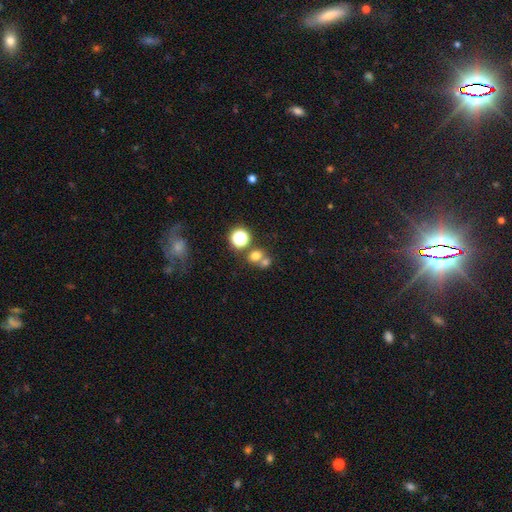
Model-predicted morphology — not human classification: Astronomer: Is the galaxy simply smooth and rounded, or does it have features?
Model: smooth — 68%.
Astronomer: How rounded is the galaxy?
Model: round — 68%.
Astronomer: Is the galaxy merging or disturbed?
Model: merger — 46% (runner-up: none, 43%).